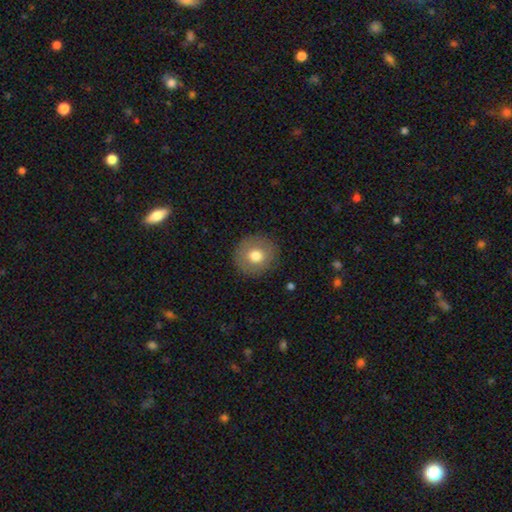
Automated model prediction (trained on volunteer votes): This is likely a smooth galaxy (73%). How rounded: clearly round (92%). Merging: clearly none (89%).